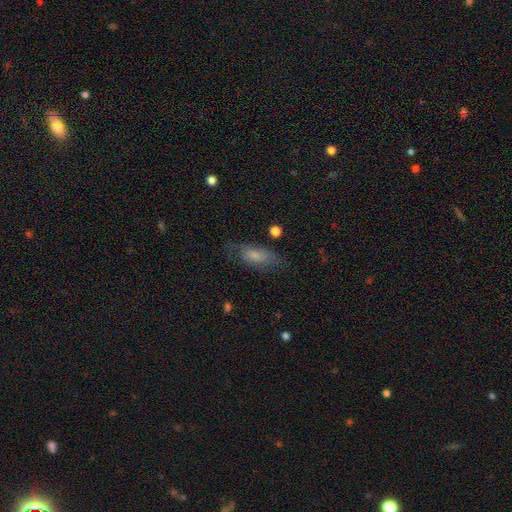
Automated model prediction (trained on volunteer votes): This is possibly a smooth galaxy (58%). How rounded: likely in between (79%). Merging: likely none (61%).